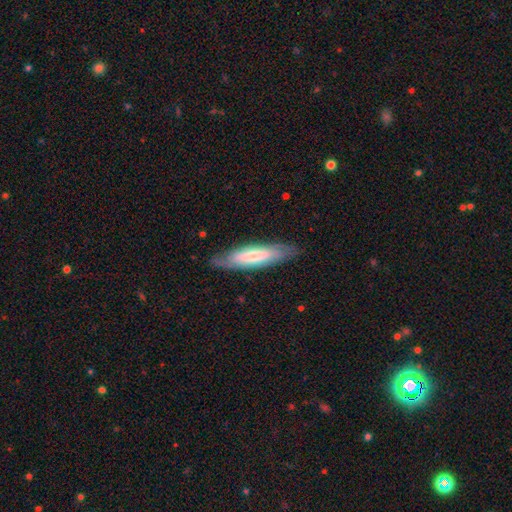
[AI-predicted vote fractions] A smooth galaxy with no disk features (48%). Merging: none (80%).